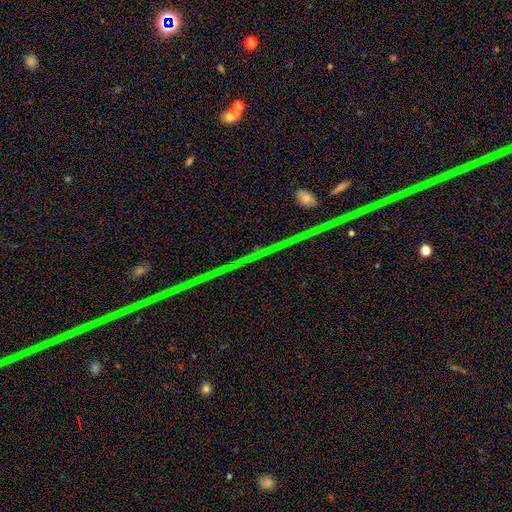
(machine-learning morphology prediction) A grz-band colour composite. It shows a star or artifact, not a galaxy (88%).